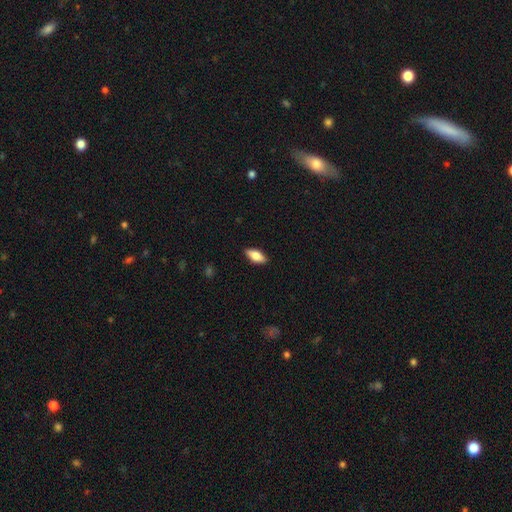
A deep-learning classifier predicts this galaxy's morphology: Smooth or featured? Predicted: smooth (p=0.75). How rounded? Predicted: in between (p=0.82). Merging? Predicted: none (p=0.88).